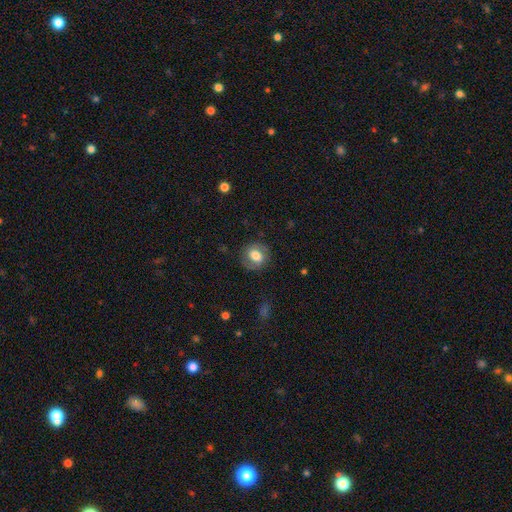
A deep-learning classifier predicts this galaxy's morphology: smooth-or-featured: smooth: 61% | featured or disk: 31% | star or artifact: 8%
  how-rounded: round: 72% | in between: 27% | cigar-shaped: 1%
  merging: none: 80% | minor disturbance: 13% | major disturbance: 6% | merger: 1%